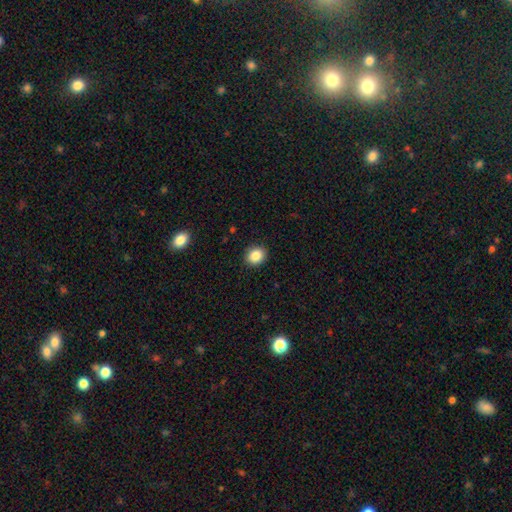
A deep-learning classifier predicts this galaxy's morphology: Smooth or featured? Predicted: smooth (p=0.87). How rounded? Predicted: round (p=0.68). Merging? Predicted: none (p=0.90).